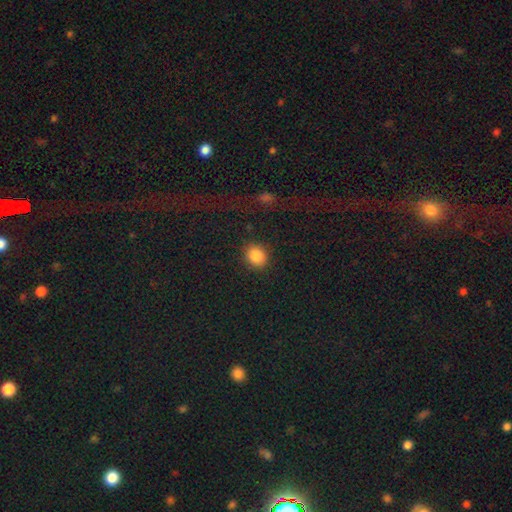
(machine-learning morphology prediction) smooth_or_featured: smooth (p=0.85) [alt: star or artifact p=0.10]
how_rounded: round (p=0.74) [alt: in between p=0.25]
merging: none (p=0.88) [alt: minor disturbance p=0.08]